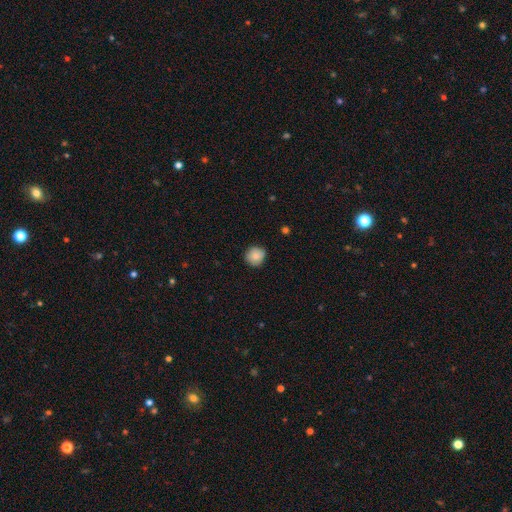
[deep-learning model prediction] smooth-or-featured: smooth: 86% | star or artifact: 8% | featured or disk: 6%
  how-rounded: round: 91% | in between: 8% | cigar-shaped: 1%
  merging: none: 85% | minor disturbance: 12% | major disturbance: 2% | merger: 1%